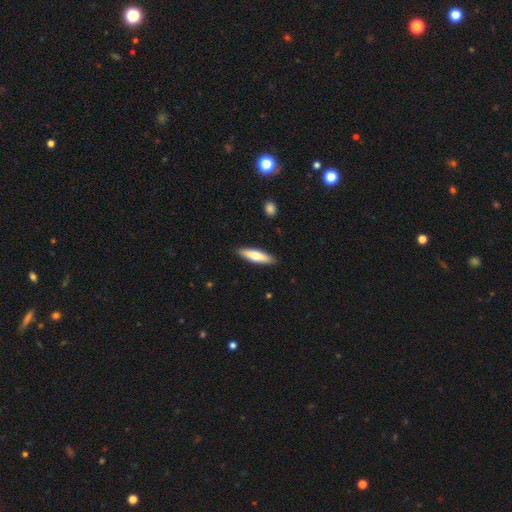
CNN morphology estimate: The model was most divided on "smooth or featured": smooth: 64%, featured or disk: 31%, star or artifact: 5%. More confident: merging — none (89%); how rounded — cigar-shaped (69%).